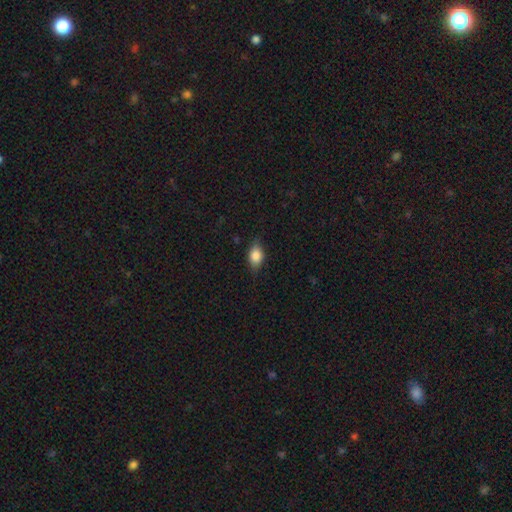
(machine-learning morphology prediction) A smooth galaxy with no disk features (77%) that is in between round and cigar-shaped (79%).

Vote fractions:
- Smooth or featured? smooth: 77% / featured or disk: 14% / star or artifact: 8%
- How rounded? in between: 79% / round: 16% / cigar-shaped: 5%
- Merging? none: 77% / minor disturbance: 18% / major disturbance: 4% / merger: 1%